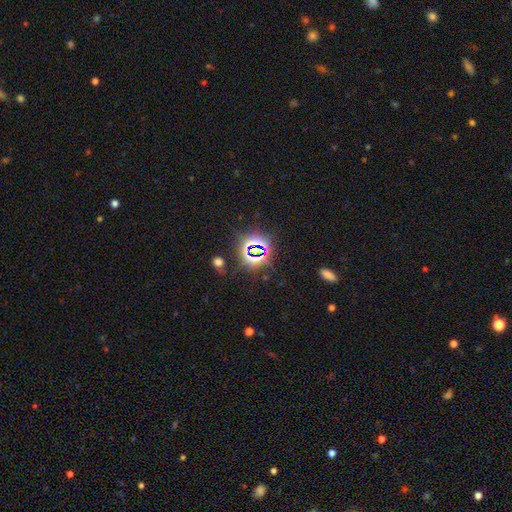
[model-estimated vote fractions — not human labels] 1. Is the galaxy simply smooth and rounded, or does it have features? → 75% star or artifact, 16% smooth, 9% featured or disk.